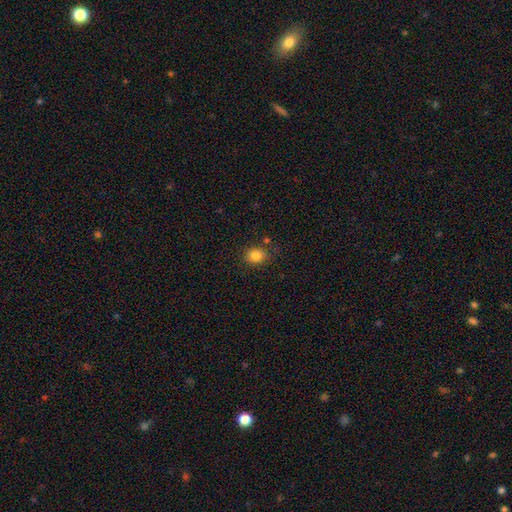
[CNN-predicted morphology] Smooth or featured: smooth — 83% (star or artifact — 11%)
How rounded: round — 56% (in between — 43%)
Merging: none — 82% (minor disturbance — 12%)